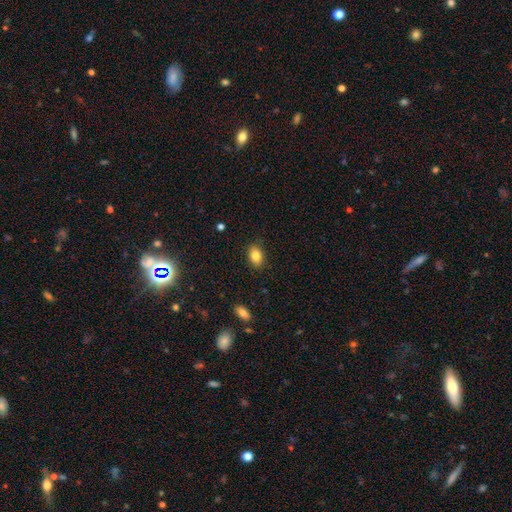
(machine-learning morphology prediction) Smooth or featured? smooth (85%)
How rounded? in between (80%)
Merging? none (86%)